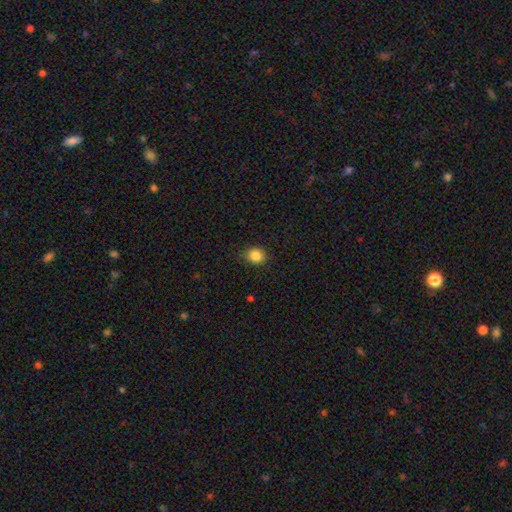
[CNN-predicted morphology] Overall: smooth (85%). How rounded: round (72%). Merging: none (80%).